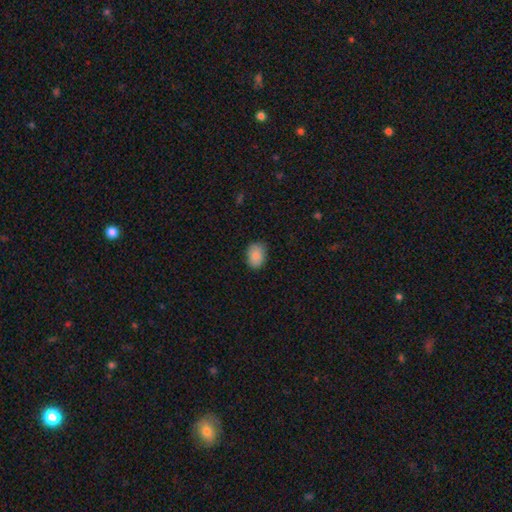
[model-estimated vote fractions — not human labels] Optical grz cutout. It shows a smooth galaxy with no disk features (87%) that is in between round and cigar-shaped (71%). Merging: none (82%).